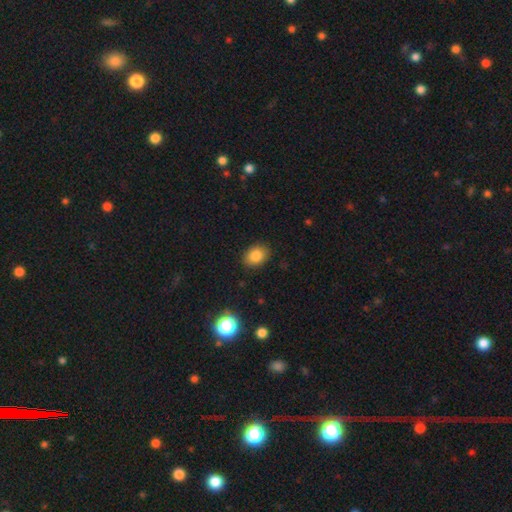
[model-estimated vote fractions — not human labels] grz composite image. It shows a smooth galaxy with no disk features (83%) that is in between round and cigar-shaped (66%). Merging: none (87%).